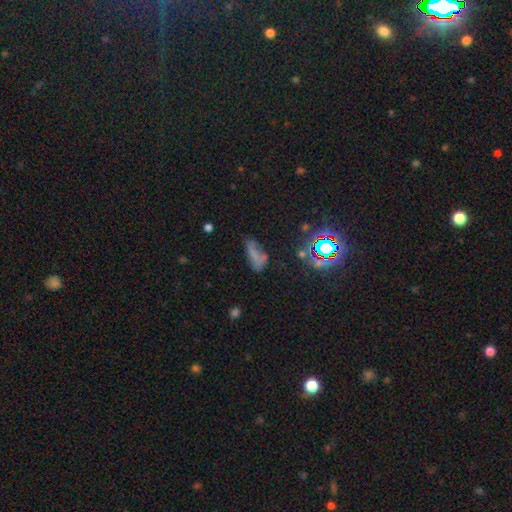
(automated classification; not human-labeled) This is possibly a smooth galaxy (55%). How rounded: likely in between (67%). Merging: marginally none (38%).